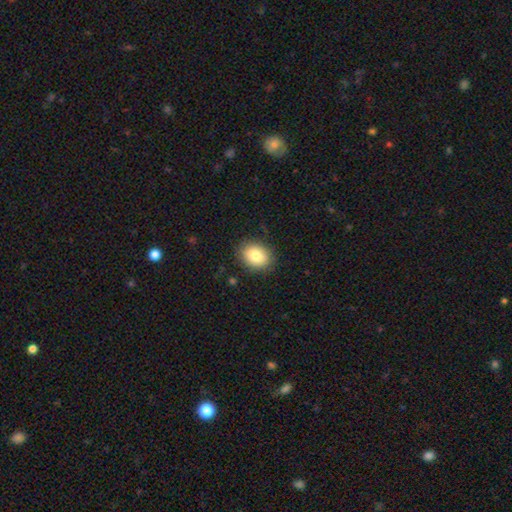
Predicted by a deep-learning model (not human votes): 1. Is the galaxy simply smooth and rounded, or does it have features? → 82% smooth, 10% featured or disk, 8% star or artifact.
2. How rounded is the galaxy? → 59% in between, 40% round, 1% cigar-shaped.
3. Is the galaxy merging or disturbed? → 86% none, 10% minor disturbance, 3% major disturbance, 1% merger.